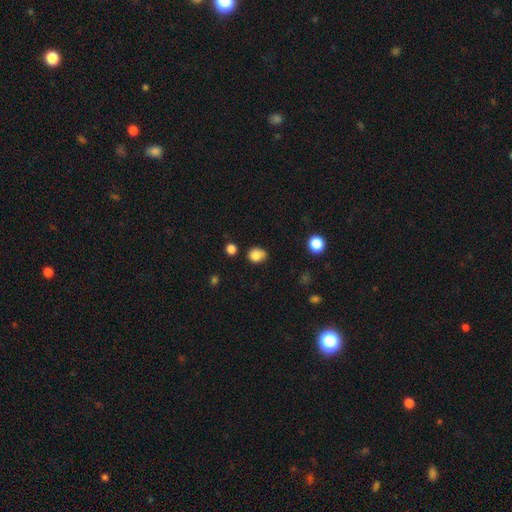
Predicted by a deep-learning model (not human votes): A smooth galaxy with no disk features (83%) that is round (61%). Merging: none (59%).